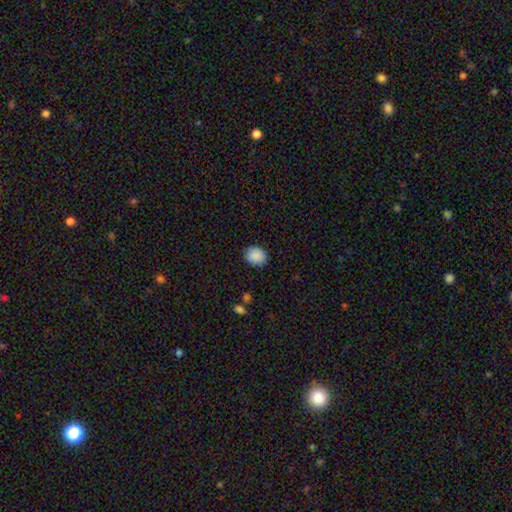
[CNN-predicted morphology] This is clearly a smooth galaxy (89%). How rounded: likely round (64%). Merging: clearly none (87%).